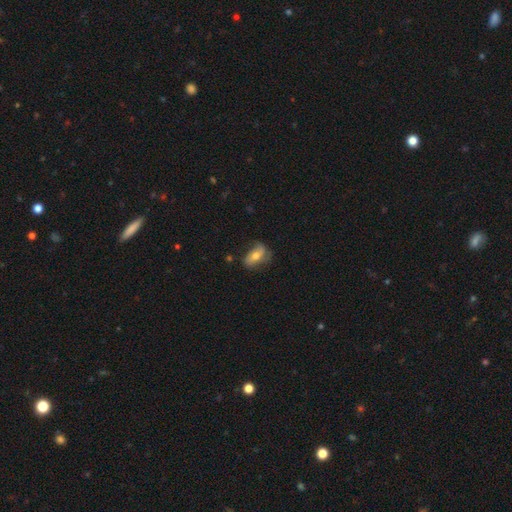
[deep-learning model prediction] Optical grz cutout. It shows a smooth galaxy with no disk features (51%) that is in between round and cigar-shaped (84%). Merging: none (52%).